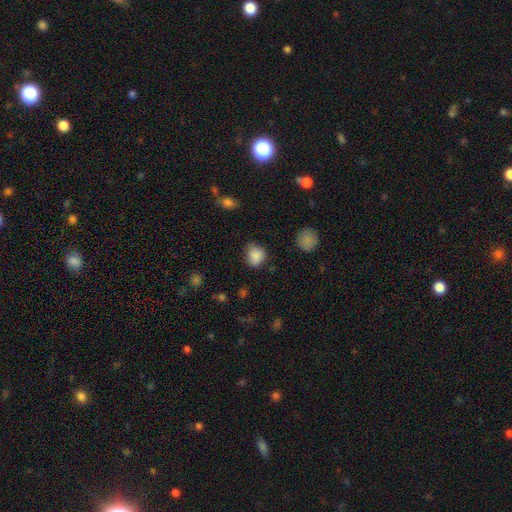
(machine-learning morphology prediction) Smooth or featured? smooth (85%)
How rounded? round (68%)
Merging? none (65%)